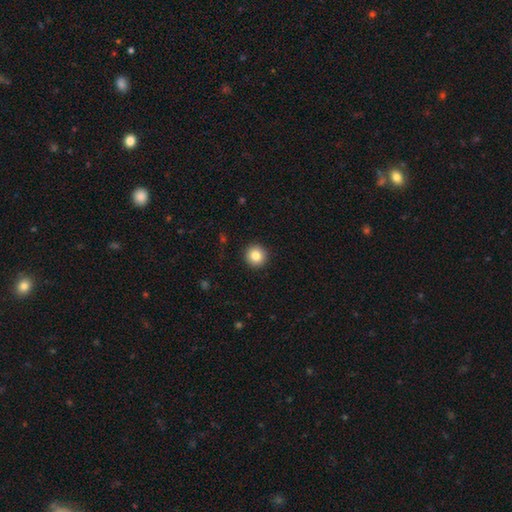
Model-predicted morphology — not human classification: Smooth or featured?
  - smooth: 84% *
  - star or artifact: 10%
  - featured or disk: 6%
How rounded?
  - round: 96% *
  - in between: 3%
  - cigar-shaped: 1%
Merging?
  - none: 92% *
  - minor disturbance: 5%
  - major disturbance: 2%
  - merger: 1%